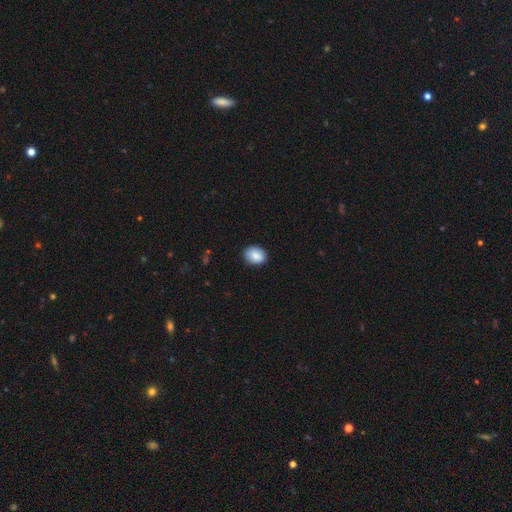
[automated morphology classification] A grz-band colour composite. It shows a smooth galaxy with no disk features (87%) that is in between round and cigar-shaped (61%). Merging: none (87%).